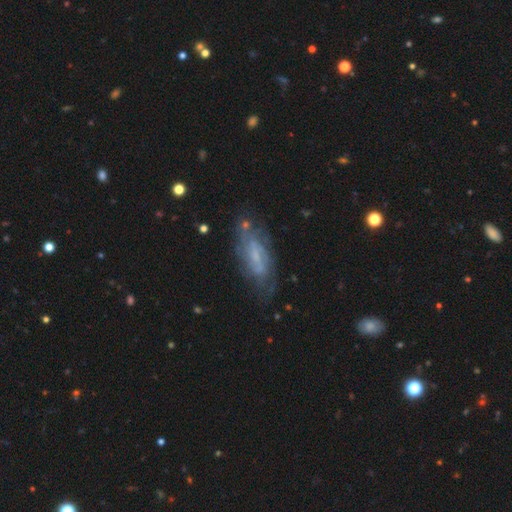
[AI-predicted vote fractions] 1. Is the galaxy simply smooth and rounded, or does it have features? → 67% featured or disk, 25% smooth, 8% star or artifact.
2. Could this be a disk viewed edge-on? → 84% no, 16% yes.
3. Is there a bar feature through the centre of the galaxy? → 46% weak, 39% no, 15% strong.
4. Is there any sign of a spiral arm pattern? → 76% yes, 24% no.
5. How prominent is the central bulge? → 51% small, 23% moderate, 22% none, 3% large, 1% dominant.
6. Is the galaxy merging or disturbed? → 68% none, 20% minor disturbance, 9% major disturbance, 3% merger.